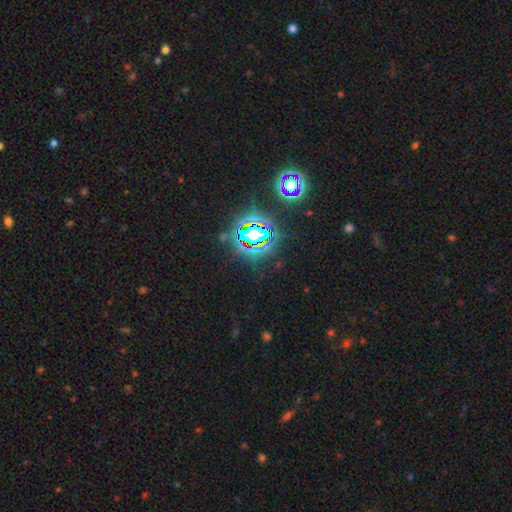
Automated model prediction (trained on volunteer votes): smooth-or-featured: star or artifact: 82% | smooth: 11% | featured or disk: 7%